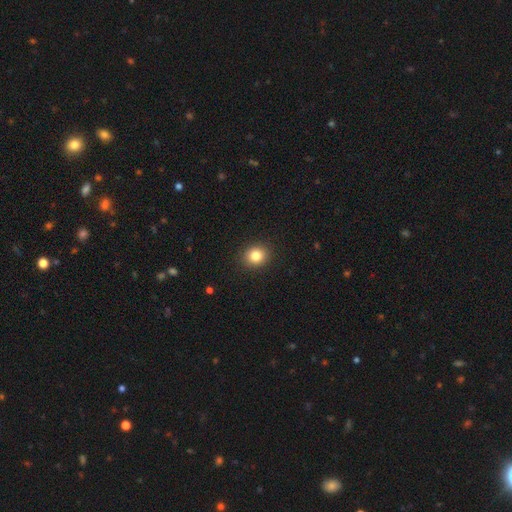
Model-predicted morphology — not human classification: The model was most divided on "how rounded": round: 73%, in between: 26%, cigar-shaped: 1%. More confident: merging — none (91%); smooth or featured — smooth (83%).